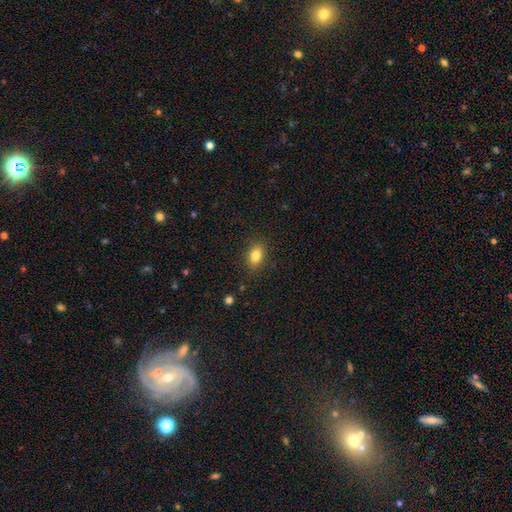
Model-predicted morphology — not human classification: Smooth or featured? Predicted: smooth (p=0.83). How rounded? Predicted: in between (p=0.78). Merging? Predicted: none (p=0.87).